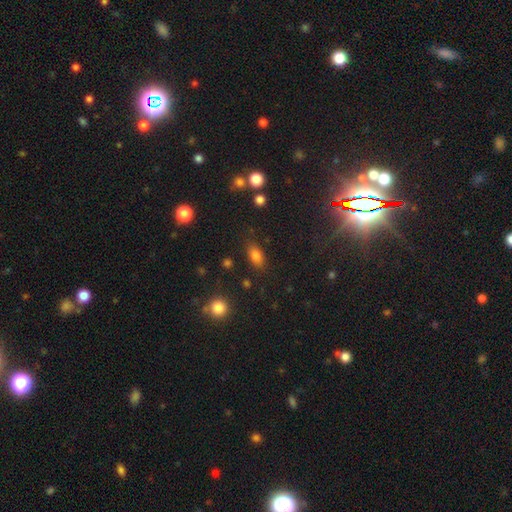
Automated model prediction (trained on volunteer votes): smooth_or_featured: smooth (p=0.80) [alt: star or artifact p=0.12]
how_rounded: in between (p=0.84) [alt: round p=0.10]
merging: none (p=0.81) [alt: minor disturbance p=0.12]